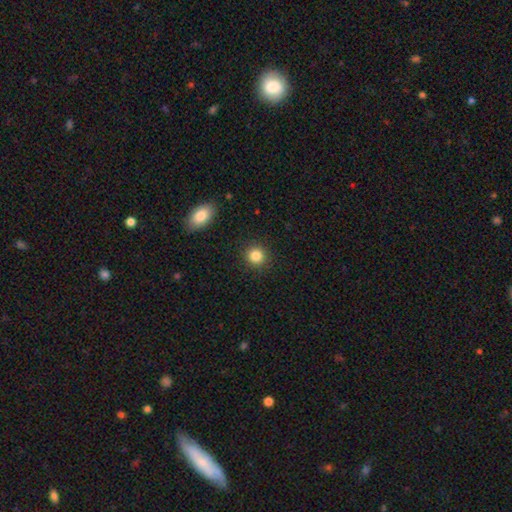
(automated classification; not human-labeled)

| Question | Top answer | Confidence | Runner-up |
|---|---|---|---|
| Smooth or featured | smooth | 84% | star or artifact (11%) |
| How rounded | round | 92% | in between (7%) |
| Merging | none | 91% | minor disturbance (6%) |